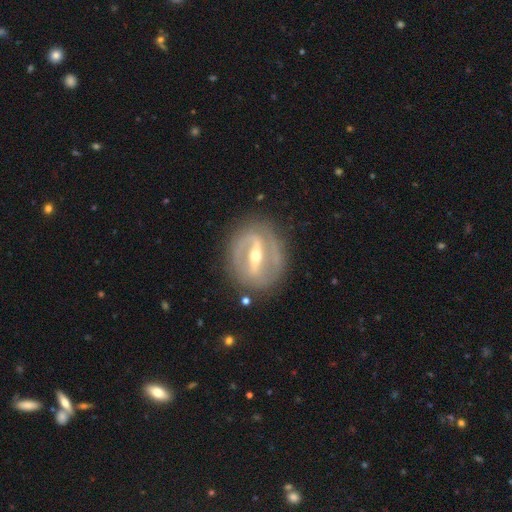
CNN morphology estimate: Smooth or featured? Predicted: featured or disk (p=0.85). Edge-on disk? Predicted: no (p=0.92). Bar? Predicted: strong (p=0.72). Spiral arms? Predicted: yes (p=0.73). Spiral winding? Predicted: tight (p=0.46). Spiral arm count? Predicted: 2 (p=0.77). Bulge size? Predicted: moderate (p=0.58). Merging? Predicted: none (p=0.82).